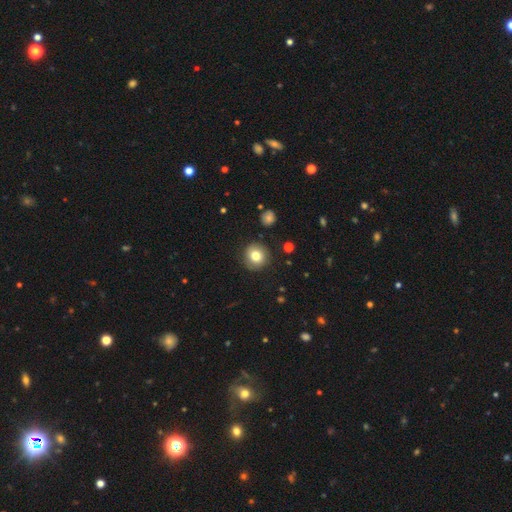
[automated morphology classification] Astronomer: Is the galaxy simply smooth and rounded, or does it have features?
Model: smooth — 78%.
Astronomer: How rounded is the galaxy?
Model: round — 91%.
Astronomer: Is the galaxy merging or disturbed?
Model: none — 87%.